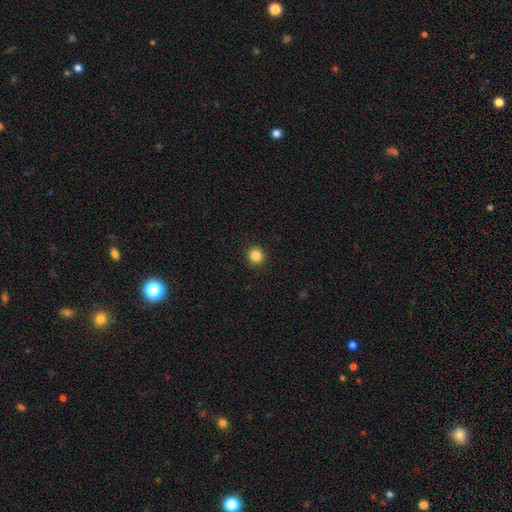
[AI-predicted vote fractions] A smooth galaxy with no disk features (85%) that is round (93%). Merging: none (93%).